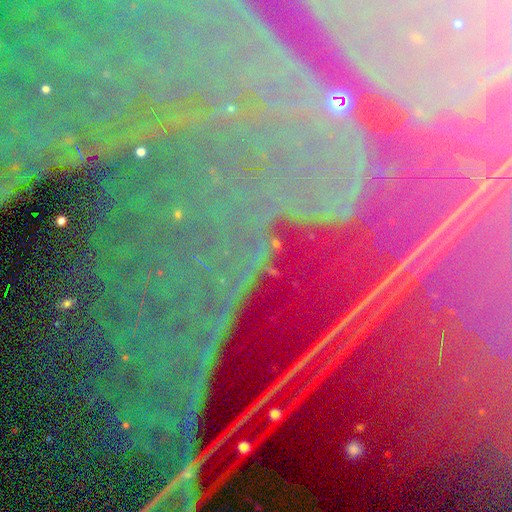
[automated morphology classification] Smooth or featured: star or artifact — 88% (featured or disk — 7%)